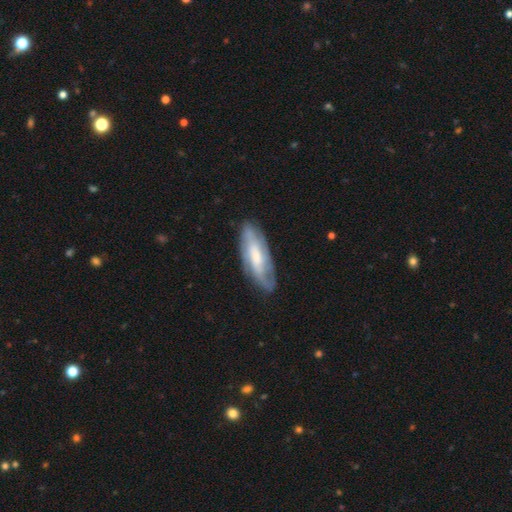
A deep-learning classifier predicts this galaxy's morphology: This appears to be a featured or disk galaxy (62%). Merging: none (77%).